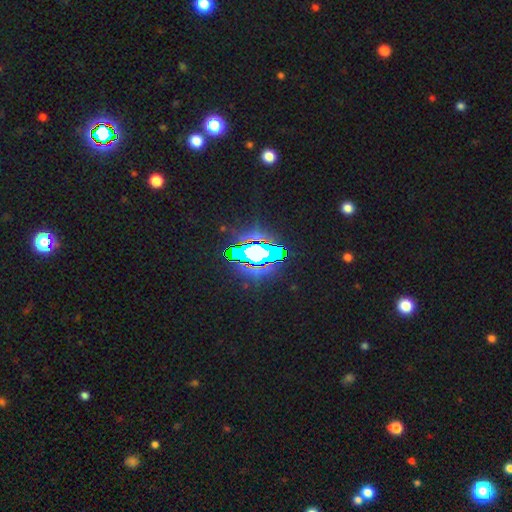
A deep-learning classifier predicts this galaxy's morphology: smooth_or_featured: star or artifact (p=0.66) [alt: smooth p=0.17]